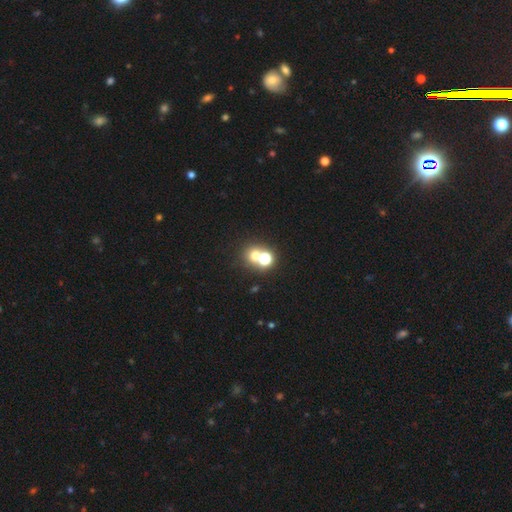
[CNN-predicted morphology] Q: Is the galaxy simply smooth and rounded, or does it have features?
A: smooth — 60%.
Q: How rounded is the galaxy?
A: round — 83%.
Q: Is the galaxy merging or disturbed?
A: none — 54%.